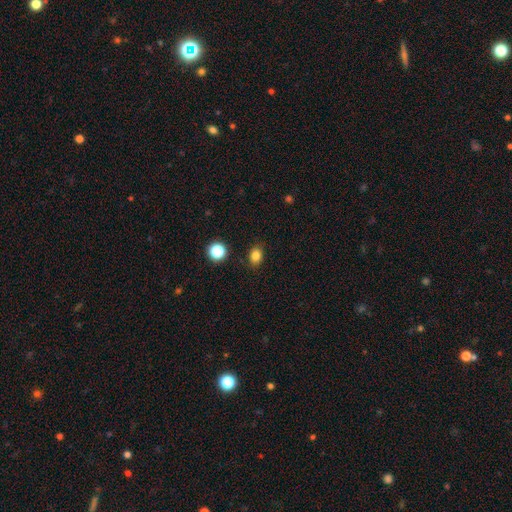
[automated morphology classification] This is clearly a smooth galaxy (82%). How rounded: possibly in between (57%). Merging: clearly none (86%).